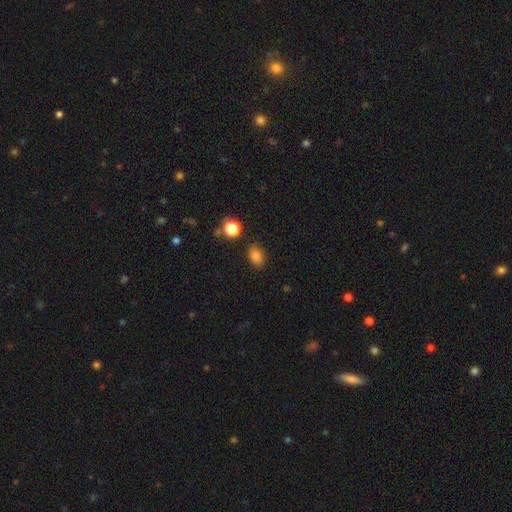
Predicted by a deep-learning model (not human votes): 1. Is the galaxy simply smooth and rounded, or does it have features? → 82% smooth, 13% star or artifact, 5% featured or disk.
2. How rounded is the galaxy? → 74% in between, 25% round, 1% cigar-shaped.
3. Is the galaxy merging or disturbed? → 82% none, 12% minor disturbance, 3% major disturbance, 3% merger.